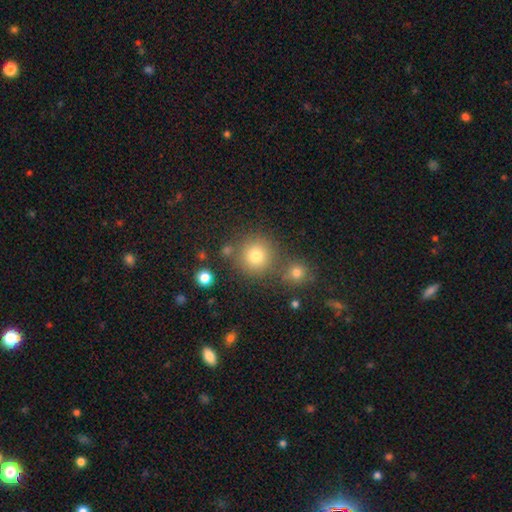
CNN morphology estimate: smooth-or-featured: smooth: 78% | star or artifact: 15% | featured or disk: 8%
  how-rounded: round: 92% | in between: 7% | cigar-shaped: 1%
  merging: none: 74% | merger: 15% | minor disturbance: 8% | major disturbance: 3%